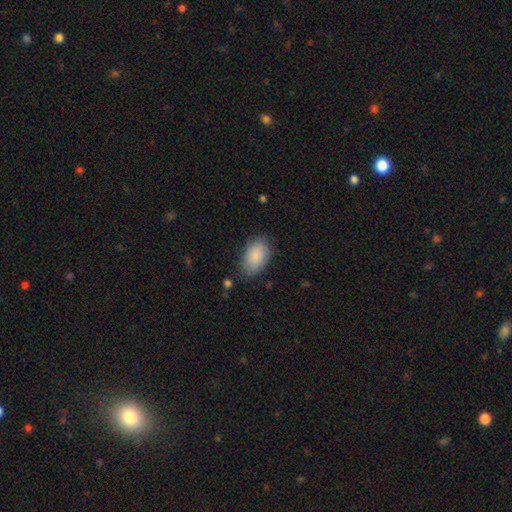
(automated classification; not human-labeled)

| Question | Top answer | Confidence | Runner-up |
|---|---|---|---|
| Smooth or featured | smooth | 87% | featured or disk (7%) |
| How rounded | in between | 92% | round (7%) |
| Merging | none | 77% | minor disturbance (17%) |